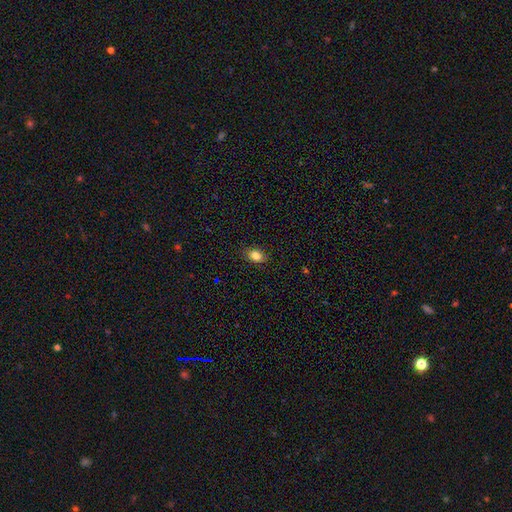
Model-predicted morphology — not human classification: Overall: smooth (84%). How rounded: in between (77%). Merging: none (88%).